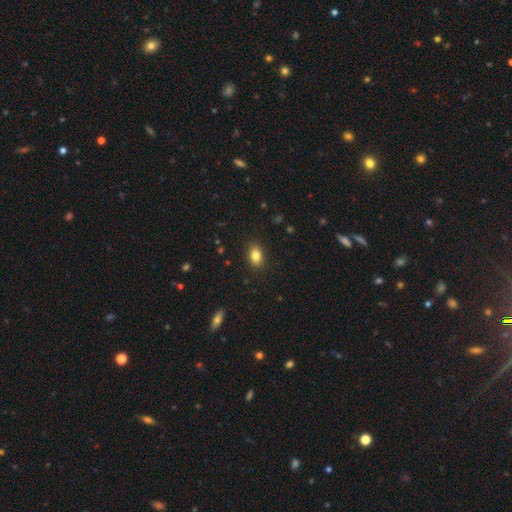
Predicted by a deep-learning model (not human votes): Smooth or featured: smooth — 83% (star or artifact — 9%)
How rounded: in between — 81% (round — 17%)
Merging: none — 88% (minor disturbance — 9%)